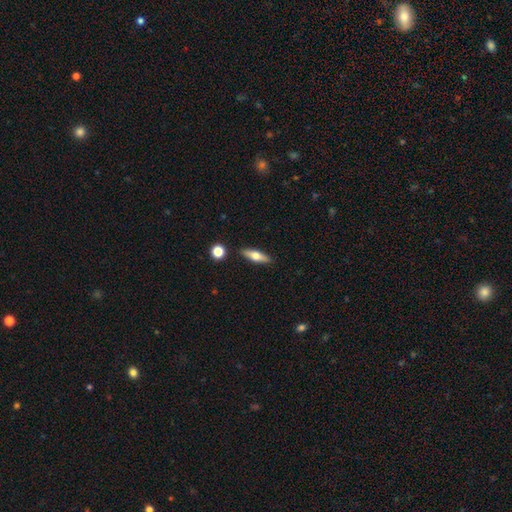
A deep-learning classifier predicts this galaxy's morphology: This appears to be a smooth galaxy with no disk features (56%) that is cigar-shaped (54%). Merging: none (87%).